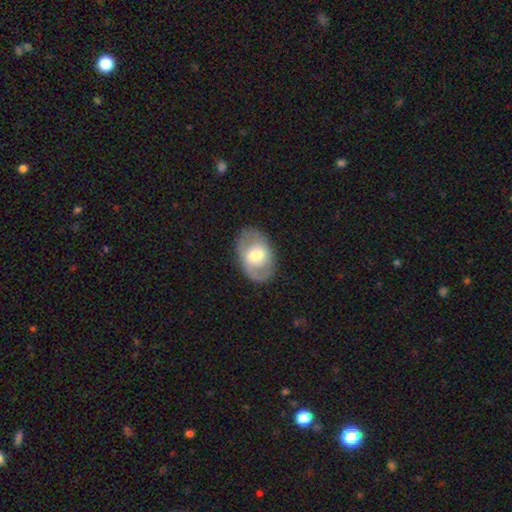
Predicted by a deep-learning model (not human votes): smooth-or-featured: featured or disk: 51% | smooth: 42% | star or artifact: 6%
  disk-edge-on: no: 93% | yes: 7%
  merging: none: 80% | minor disturbance: 13% | major disturbance: 6% | merger: 1%